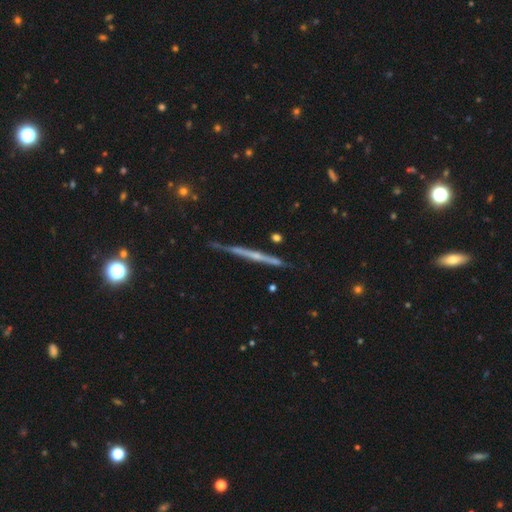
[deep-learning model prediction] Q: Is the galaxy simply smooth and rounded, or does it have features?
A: featured or disk — 70%.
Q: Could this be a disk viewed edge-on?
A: yes — 97%.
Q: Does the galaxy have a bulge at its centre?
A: none — 63%.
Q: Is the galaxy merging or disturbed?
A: none — 84%.